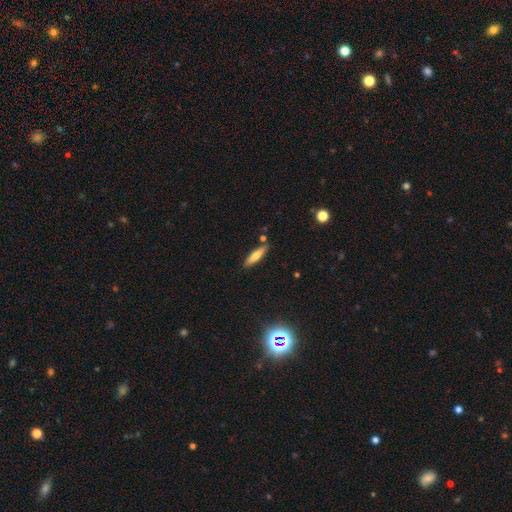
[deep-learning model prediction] Smooth or featured: smooth — 67% (featured or disk — 26%)
How rounded: cigar-shaped — 78% (in between — 21%)
Merging: none — 83% (minor disturbance — 11%)